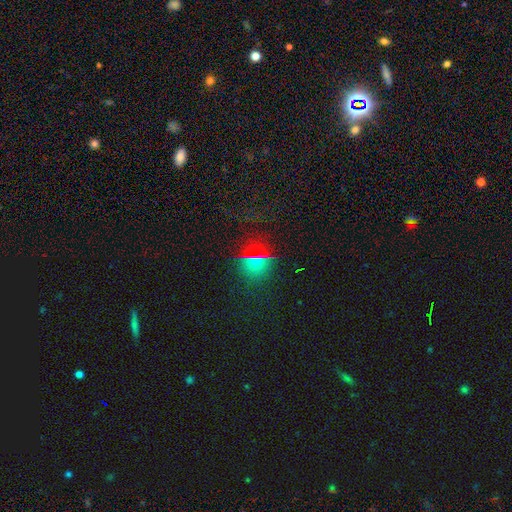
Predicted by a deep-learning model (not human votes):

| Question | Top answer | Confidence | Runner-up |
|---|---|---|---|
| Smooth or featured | smooth | 60% | star or artifact (31%) |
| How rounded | round | 87% | in between (11%) |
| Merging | none | 84% | minor disturbance (9%) |